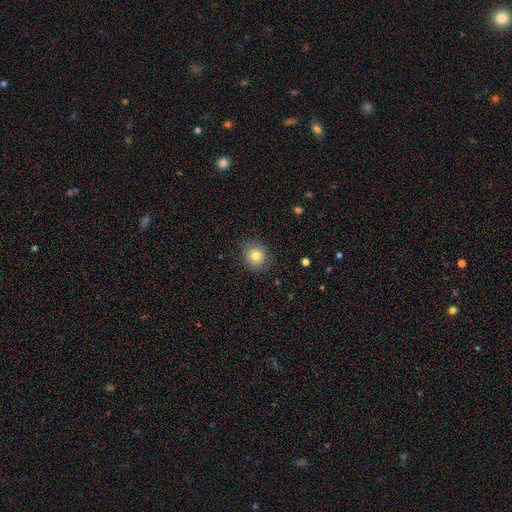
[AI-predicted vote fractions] Smooth or featured? Predicted: smooth (p=0.80). How rounded? Predicted: round (p=0.85). Merging? Predicted: none (p=0.85).